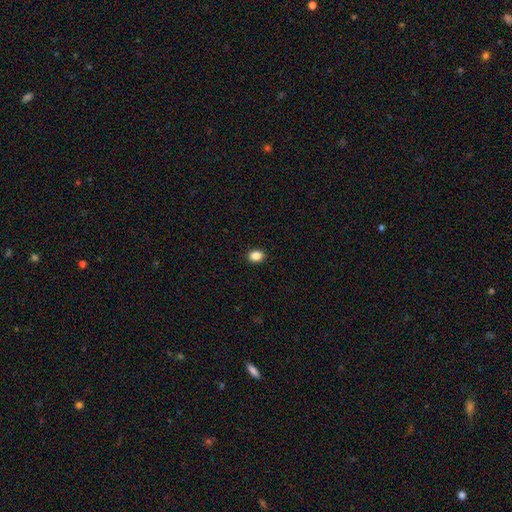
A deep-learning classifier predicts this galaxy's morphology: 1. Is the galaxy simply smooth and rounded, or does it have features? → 87% smooth, 10% star or artifact, 3% featured or disk.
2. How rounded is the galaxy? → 56% in between, 43% round, 1% cigar-shaped.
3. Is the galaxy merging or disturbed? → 91% none, 6% minor disturbance, 2% major disturbance, 1% merger.